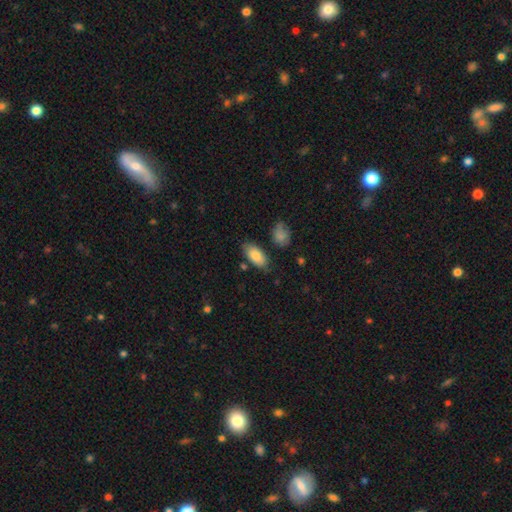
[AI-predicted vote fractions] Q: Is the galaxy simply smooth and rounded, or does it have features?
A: smooth — 83%.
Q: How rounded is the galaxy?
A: in between — 92%.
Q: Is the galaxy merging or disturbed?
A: none — 77%.